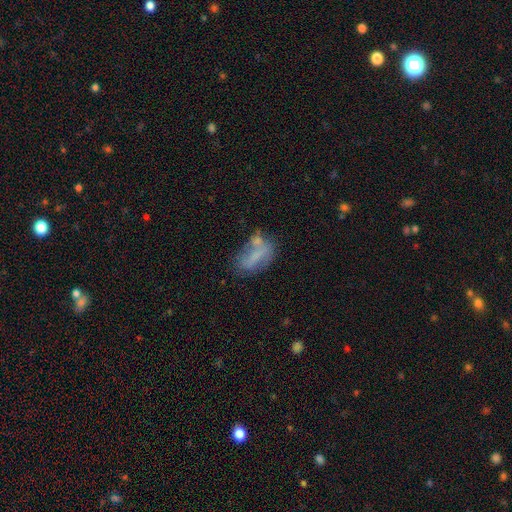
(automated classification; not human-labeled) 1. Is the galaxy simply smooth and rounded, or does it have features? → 54% smooth, 35% featured or disk, 11% star or artifact.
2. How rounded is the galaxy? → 82% in between, 11% cigar-shaped, 7% round.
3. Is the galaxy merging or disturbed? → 38% none, 24% minor disturbance, 21% merger, 17% major disturbance.